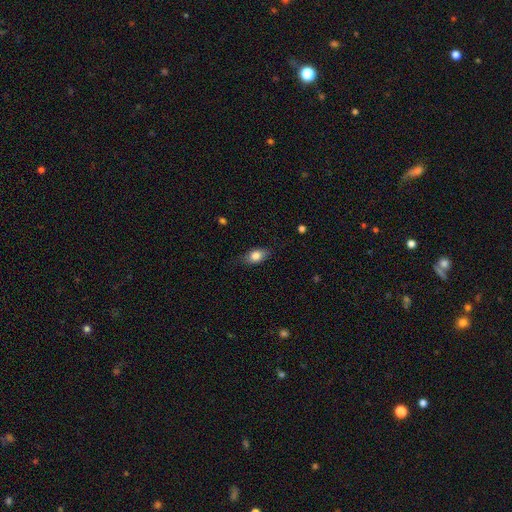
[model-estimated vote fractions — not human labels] Overall: smooth (80%). How rounded: in between (83%). Merging: none (77%).